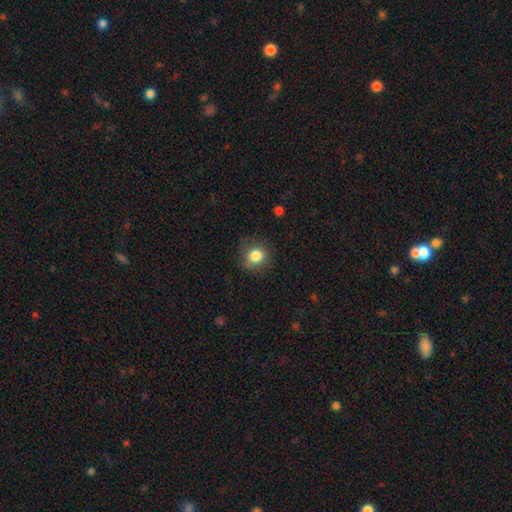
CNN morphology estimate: Smooth or featured?
  - smooth: 84% *
  - star or artifact: 10%
  - featured or disk: 6%
How rounded?
  - round: 78% *
  - in between: 21%
  - cigar-shaped: 1%
Merging?
  - none: 82% *
  - minor disturbance: 13%
  - major disturbance: 4%
  - merger: 1%